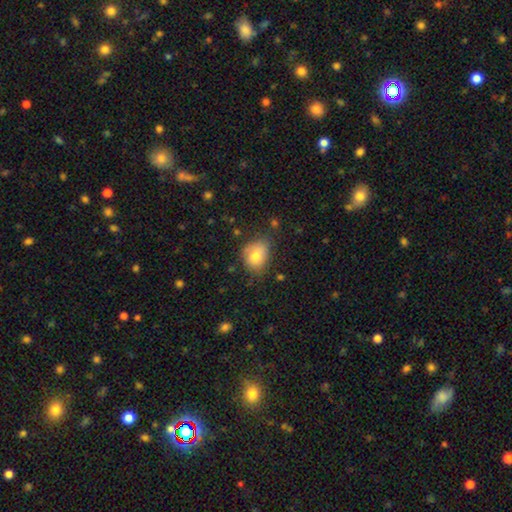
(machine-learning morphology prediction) Smooth or featured?
  - smooth: 79% *
  - featured or disk: 12%
  - star or artifact: 8%
How rounded?
  - in between: 56% *
  - round: 43%
  - cigar-shaped: 1%
Merging?
  - none: 59% *
  - minor disturbance: 30%
  - major disturbance: 8%
  - merger: 3%